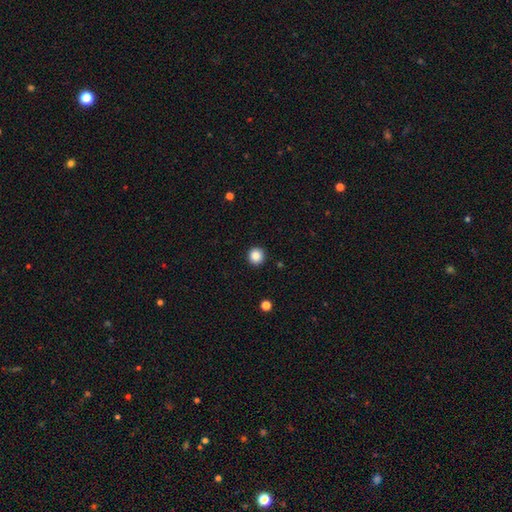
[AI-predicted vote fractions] Smooth or featured?
  - smooth: 87% *
  - star or artifact: 10%
  - featured or disk: 3%
How rounded?
  - round: 94% *
  - in between: 5%
  - cigar-shaped: 1%
Merging?
  - none: 92% *
  - minor disturbance: 5%
  - major disturbance: 2%
  - merger: 1%